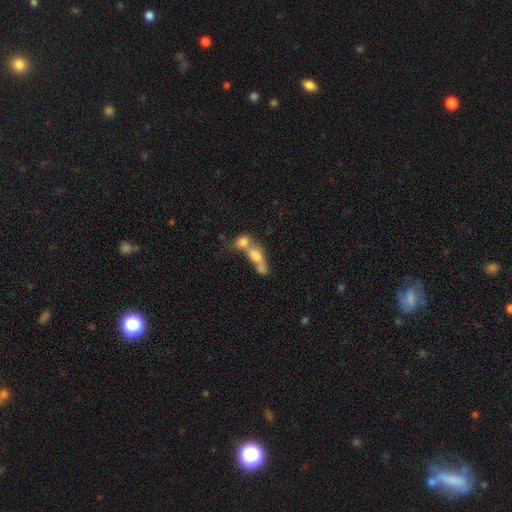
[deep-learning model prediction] This is likely a smooth galaxy (61%). How rounded: possibly in between (57%). Merging: likely merger (71%).